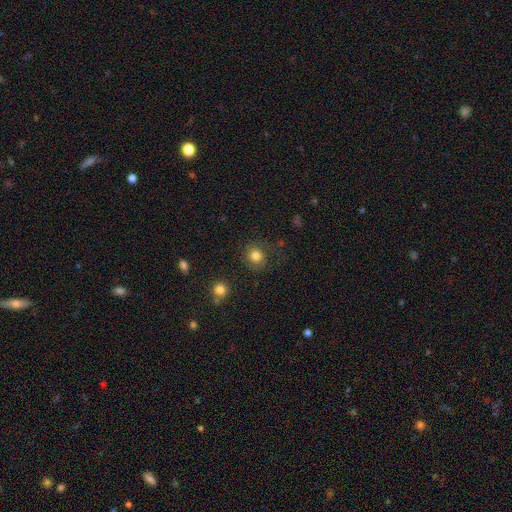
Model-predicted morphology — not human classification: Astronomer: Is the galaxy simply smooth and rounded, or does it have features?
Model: smooth — 82%.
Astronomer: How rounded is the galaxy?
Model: round — 85%.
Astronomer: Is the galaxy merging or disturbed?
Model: none — 82%.